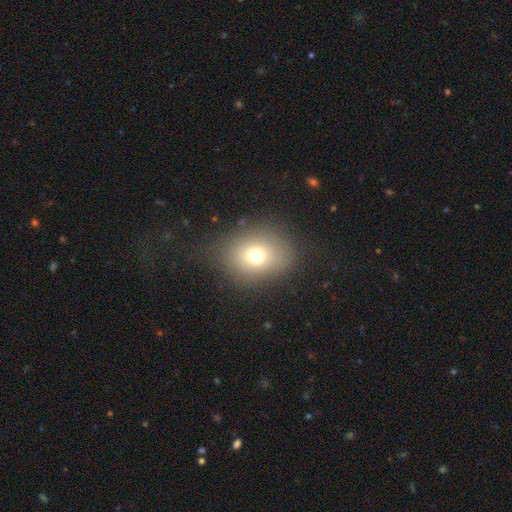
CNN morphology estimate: This is likely a smooth galaxy (71%). How rounded: possibly round (51%). Merging: likely none (77%).